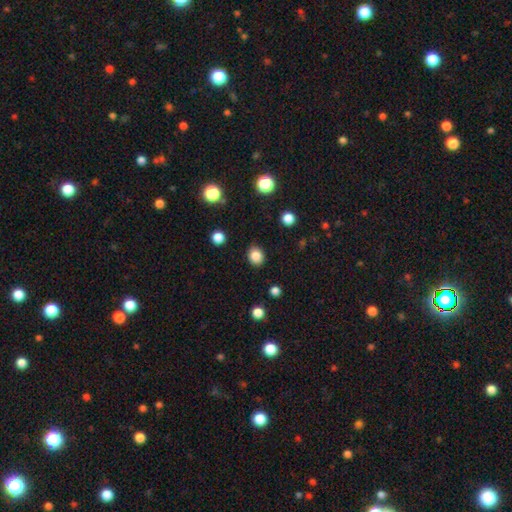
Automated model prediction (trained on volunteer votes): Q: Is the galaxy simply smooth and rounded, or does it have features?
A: smooth — 85%.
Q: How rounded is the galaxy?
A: round — 59%.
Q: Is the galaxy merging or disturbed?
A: none — 88%.